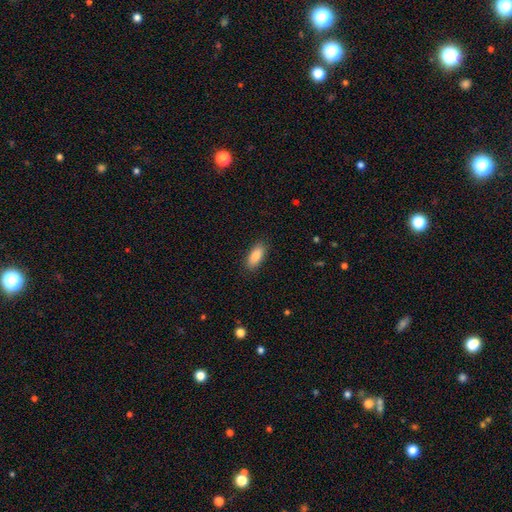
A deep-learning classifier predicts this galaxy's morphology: This appears to be a smooth galaxy with no disk features (87%) that is in between round and cigar-shaped (85%). Merging: none (88%).